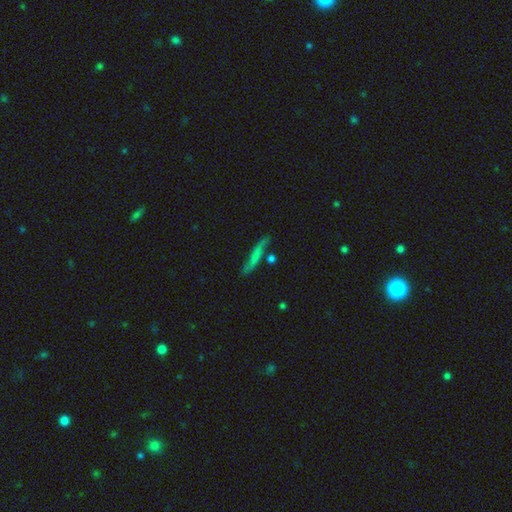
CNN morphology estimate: smooth_or_featured: smooth (p=0.51) [alt: featured or disk p=0.41]
how_rounded: cigar-shaped (p=0.87) [alt: in between p=0.09]
merging: none (p=0.65) [alt: minor disturbance p=0.21]